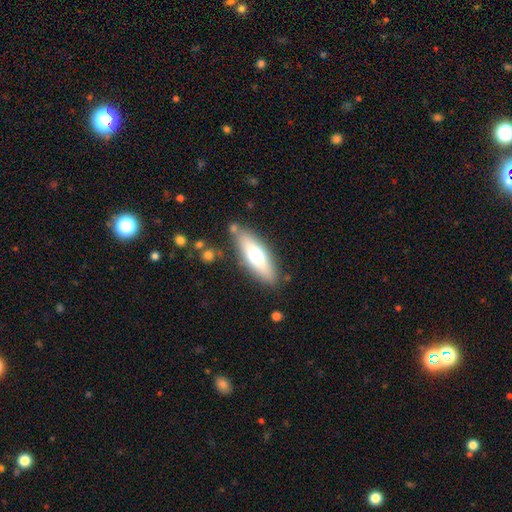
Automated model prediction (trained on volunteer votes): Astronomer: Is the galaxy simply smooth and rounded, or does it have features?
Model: smooth — 62%.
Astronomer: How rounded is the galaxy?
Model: in between — 50% (runner-up: cigar-shaped, 48%).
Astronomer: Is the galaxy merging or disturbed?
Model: none — 80%.